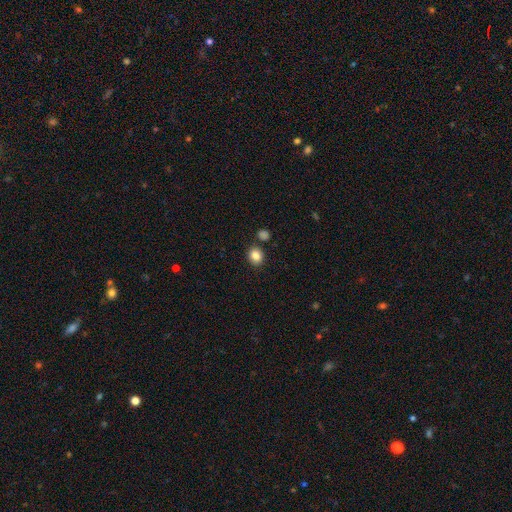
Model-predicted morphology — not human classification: A smooth galaxy with no disk features (85%) that is round (68%). Merging: none (82%).